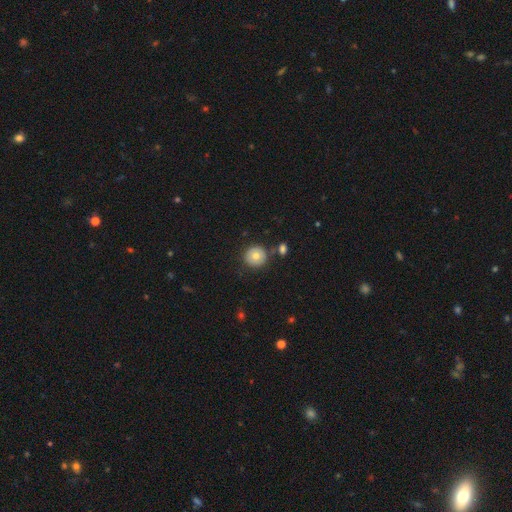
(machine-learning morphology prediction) Q: Smooth or featured?
A: smooth (78%); runner-up: featured or disk (12%)
Q: How rounded?
A: round (94%); runner-up: in between (5%)
Q: Merging?
A: none (82%); runner-up: minor disturbance (9%)